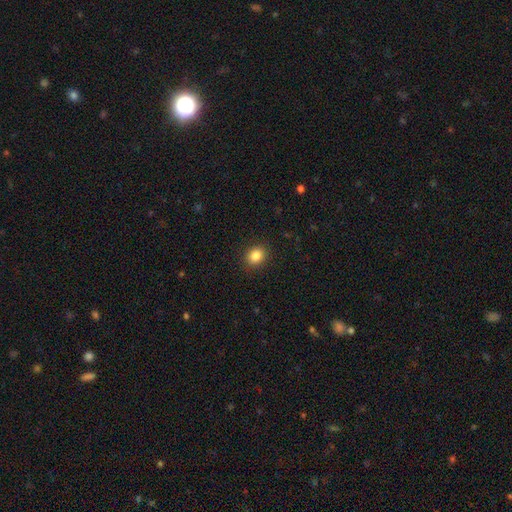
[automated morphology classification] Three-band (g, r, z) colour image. It shows a smooth galaxy with no disk features (86%) that is round (57%). Merging: none (90%).